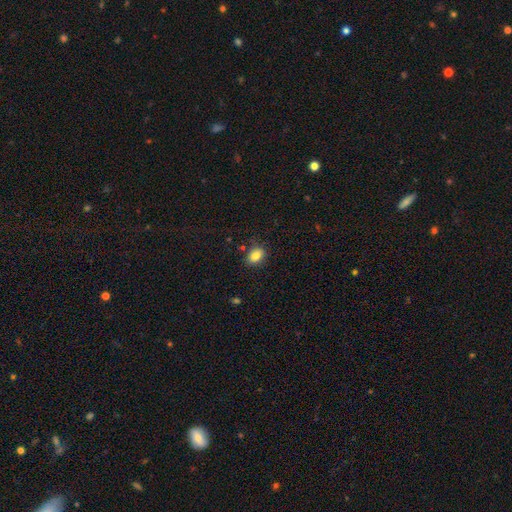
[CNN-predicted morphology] A smooth galaxy with no disk features (84%) that is in between round and cigar-shaped (72%).

Vote fractions:
- Smooth or featured? smooth: 84% / star or artifact: 10% / featured or disk: 7%
- How rounded? in between: 72% / round: 27% / cigar-shaped: 1%
- Merging? none: 82% / minor disturbance: 12% / major disturbance: 3% / merger: 3%